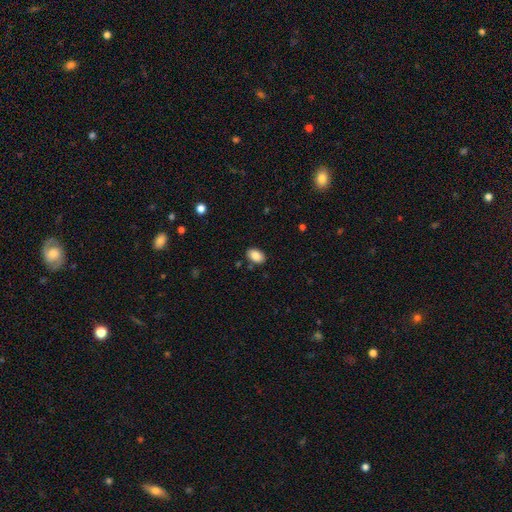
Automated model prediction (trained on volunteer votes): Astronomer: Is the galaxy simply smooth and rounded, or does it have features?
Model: smooth — 87%.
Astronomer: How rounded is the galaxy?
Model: in between — 90%.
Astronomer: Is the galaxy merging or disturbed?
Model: none — 86%.